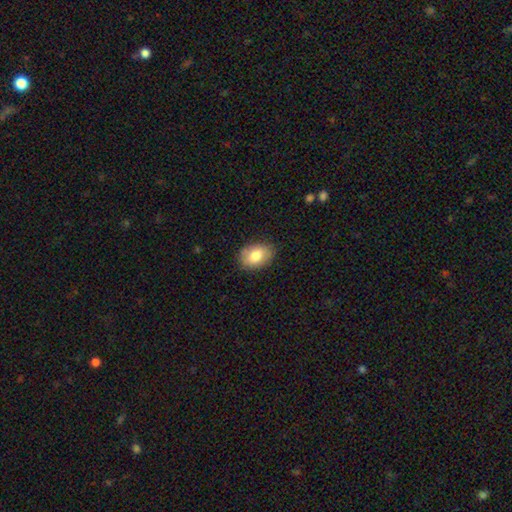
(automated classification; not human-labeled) Morphology: type=smooth (78%); roundness=in between (82%); merging=none (82%).